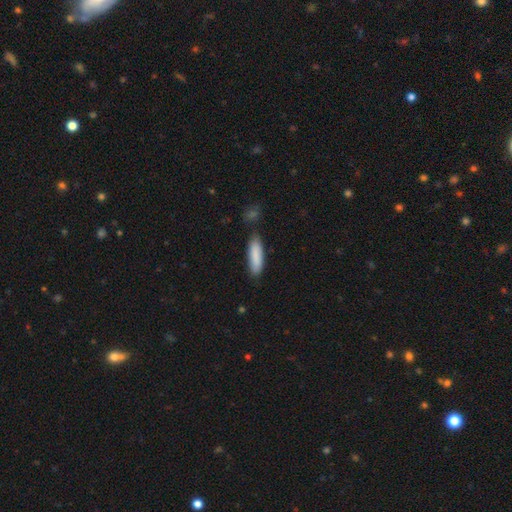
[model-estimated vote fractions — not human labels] Smooth or featured?
  - smooth: 86% *
  - featured or disk: 8%
  - star or artifact: 6%
How rounded?
  - cigar-shaped: 54% *
  - in between: 45%
  - round: 1%
Merging?
  - none: 77% *
  - minor disturbance: 15%
  - merger: 5%
  - major disturbance: 3%